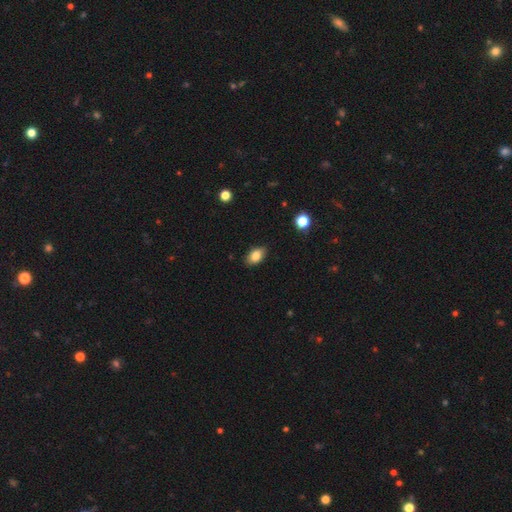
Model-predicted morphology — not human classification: Overall: smooth (82%). How rounded: in between (89%). Merging: none (85%).